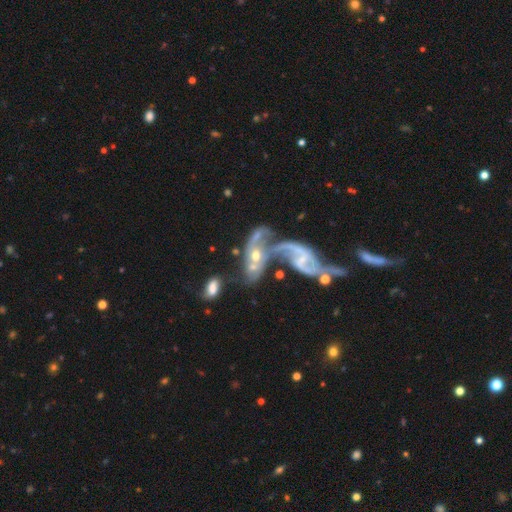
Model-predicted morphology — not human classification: smooth_or_featured: featured or disk (p=0.73) [alt: smooth p=0.17]
disk_edge_on: no (p=0.95) [alt: yes p=0.05]
bar: no (p=0.61) [alt: weak p=0.28]
has_spiral_arms: yes (p=0.71) [alt: no p=0.29]
bulge_size: small (p=0.43) [alt: moderate p=0.38]
merging: merger (p=0.67) [alt: major disturbance p=0.15]